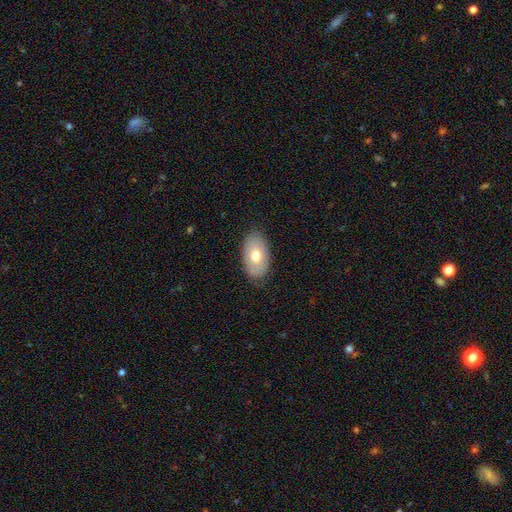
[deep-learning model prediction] smooth-or-featured: smooth: 70% | featured or disk: 24% | star or artifact: 6%
  how-rounded: in between: 93% | round: 6% | cigar-shaped: 1%
  merging: none: 83% | minor disturbance: 13% | major disturbance: 3% | merger: 1%